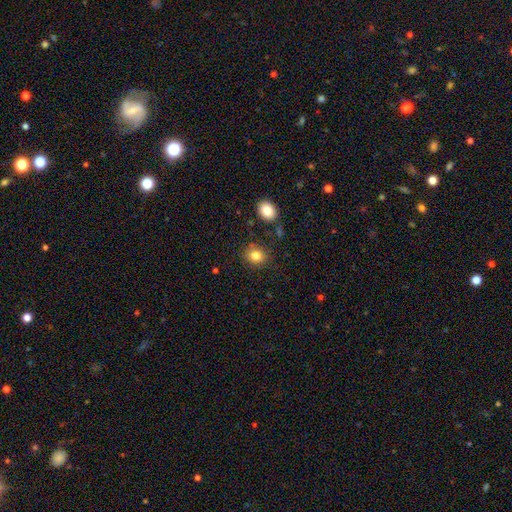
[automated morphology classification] Smooth or featured? Predicted: smooth (p=0.84). How rounded? Predicted: round (p=0.68). Merging? Predicted: none (p=0.81).